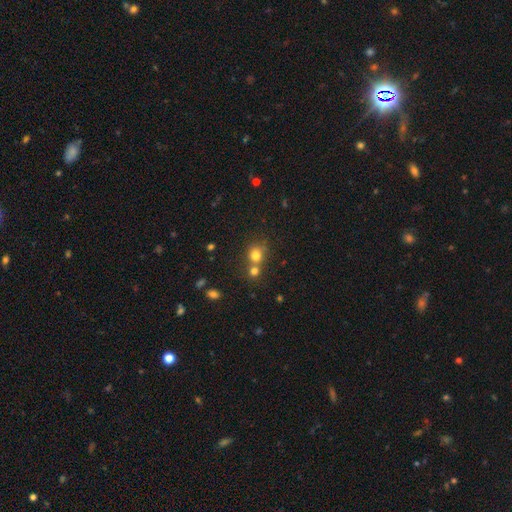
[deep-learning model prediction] Morphology: type=smooth (76%); roundness=round (82%); merging=none (48%).